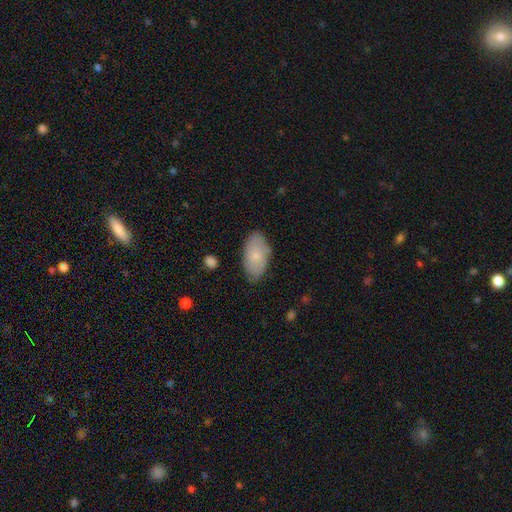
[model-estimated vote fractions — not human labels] Morphology: type=smooth (73%); roundness=in between (94%); merging=none (77%).